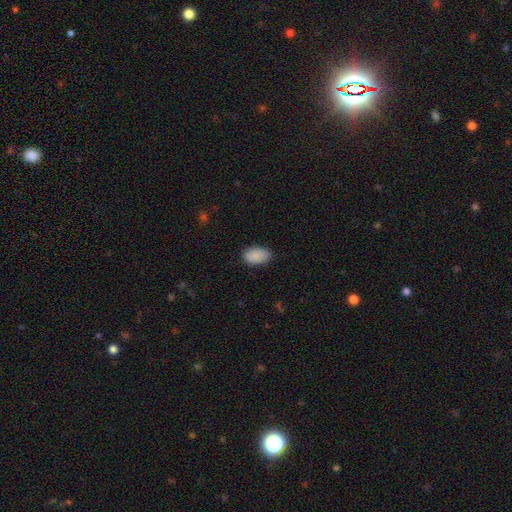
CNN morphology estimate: A smooth galaxy with no disk features (90%) that is in between round and cigar-shaped (93%). Merging: none (83%).